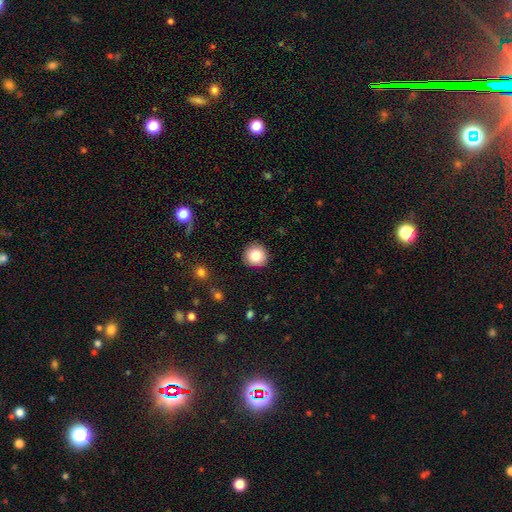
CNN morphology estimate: smooth 84%, star or artifact 9%, featured or disk 7%. Down the decision tree: how rounded — round (94%); merging — none (90%).